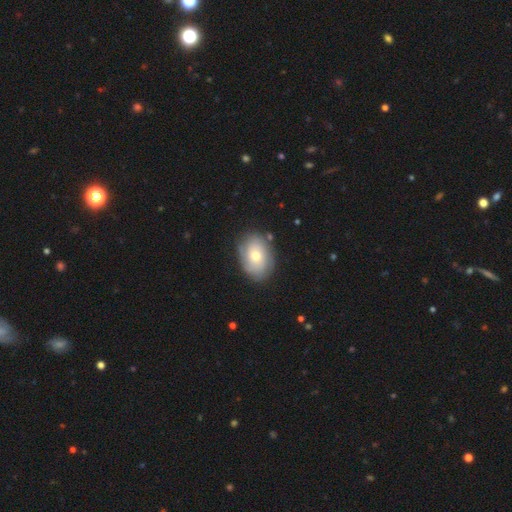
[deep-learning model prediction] Overall: smooth (52%; featured or disk 40%). How rounded: in between (76%). Merging: none (78%).